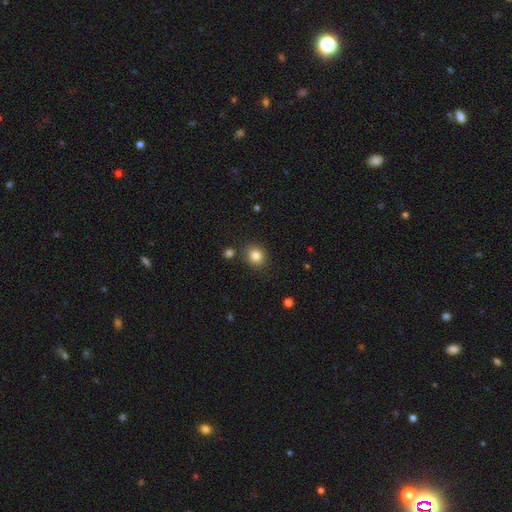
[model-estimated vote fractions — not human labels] smooth-or-featured: smooth: 82% | star or artifact: 11% | featured or disk: 6%
  how-rounded: round: 73% | in between: 26% | cigar-shaped: 1%
  merging: none: 83% | minor disturbance: 9% | merger: 5% | major disturbance: 3%